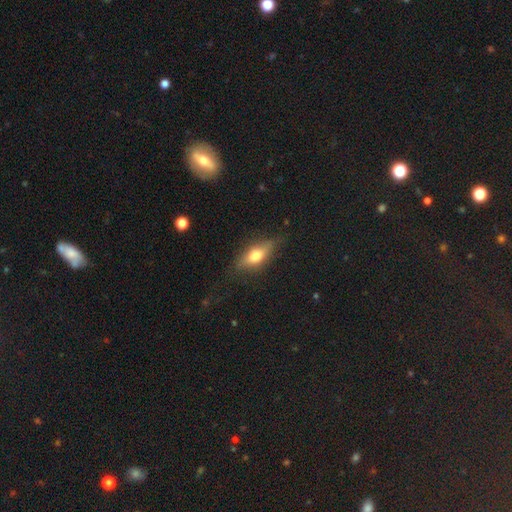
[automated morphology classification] Q: Smooth or featured?
A: smooth (59%); runner-up: featured or disk (33%)
Q: How rounded?
A: in between (67%); runner-up: cigar-shaped (28%)
Q: Merging?
A: none (77%); runner-up: minor disturbance (17%)